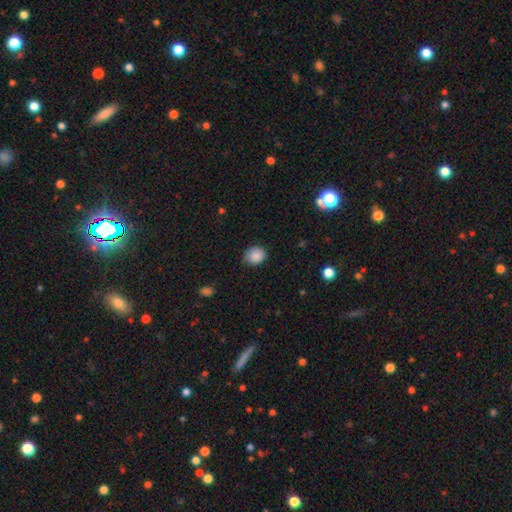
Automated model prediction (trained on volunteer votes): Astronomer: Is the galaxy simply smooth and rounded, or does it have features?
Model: smooth — 86%.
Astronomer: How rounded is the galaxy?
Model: round — 65%.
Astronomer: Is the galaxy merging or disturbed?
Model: none — 75%.